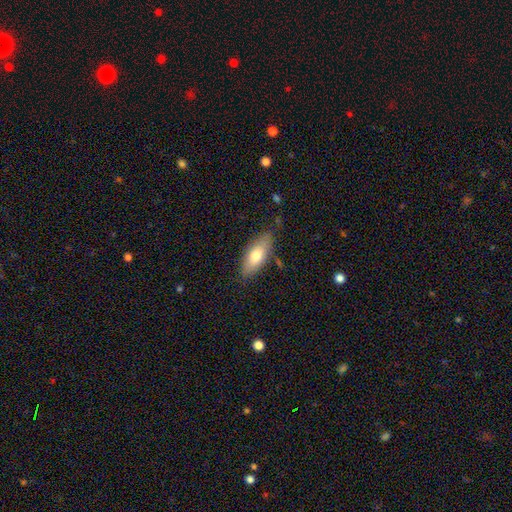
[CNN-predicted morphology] A smooth galaxy with no disk features (71%) that is in between round and cigar-shaped (74%). Merging: none (80%).